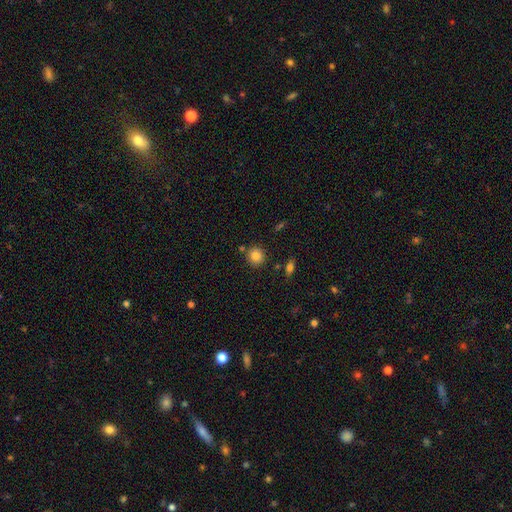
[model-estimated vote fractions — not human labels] A smooth galaxy with no disk features (85%) that is round (89%). Merging: none (82%).